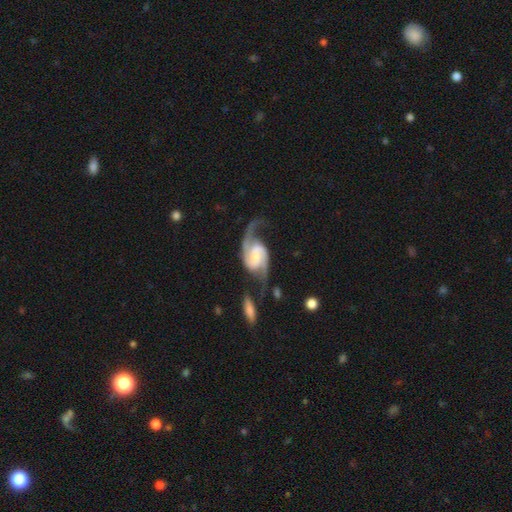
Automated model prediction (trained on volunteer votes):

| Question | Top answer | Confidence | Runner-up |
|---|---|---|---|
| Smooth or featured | featured or disk | 91% | smooth (4%) |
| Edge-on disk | no | 97% | yes (3%) |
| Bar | weak | 46% | no (32%) |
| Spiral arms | yes | 98% | no (2%) |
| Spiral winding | medium | 47% | loose (39%) |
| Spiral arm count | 2 | 93% | can't tell (2%) |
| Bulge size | small | 35% | moderate (30%) |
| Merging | none | 57% | minor disturbance (18%) |